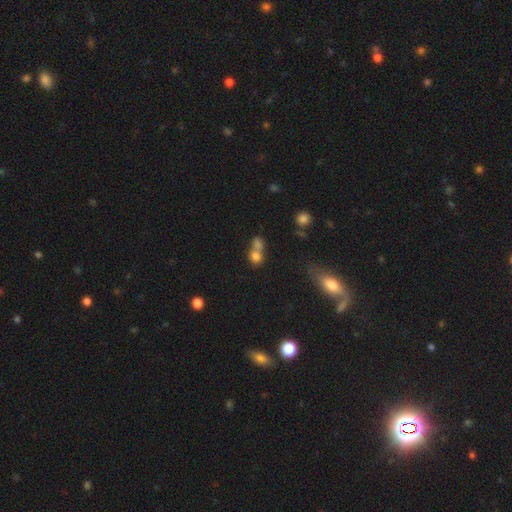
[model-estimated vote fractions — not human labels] Smooth or featured?
  - smooth: 74% *
  - star or artifact: 14%
  - featured or disk: 12%
How rounded?
  - round: 69% *
  - in between: 29%
  - cigar-shaped: 2%
Merging?
  - merger: 57% *
  - none: 31%
  - minor disturbance: 7%
  - major disturbance: 4%